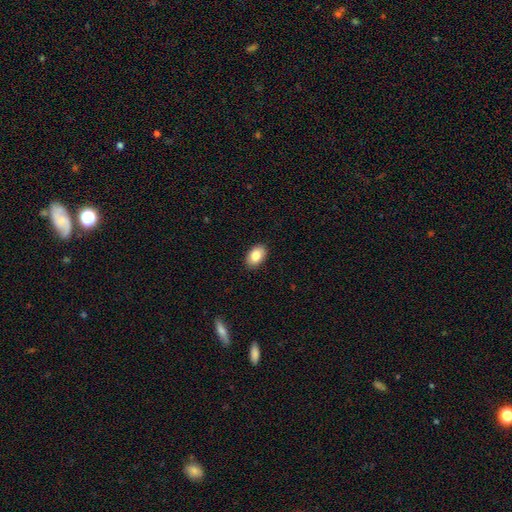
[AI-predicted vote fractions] A smooth galaxy with no disk features (84%) that is in between round and cigar-shaped (90%).

Vote fractions:
- Smooth or featured? smooth: 84% / featured or disk: 9% / star or artifact: 7%
- How rounded? in between: 90% / round: 9% / cigar-shaped: 1%
- Merging? none: 89% / minor disturbance: 8% / major disturbance: 2% / merger: 1%